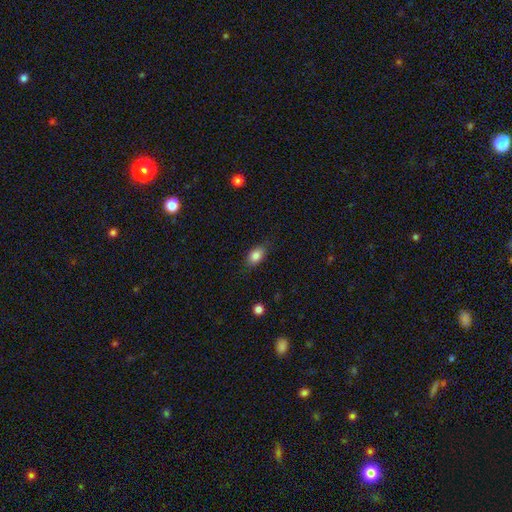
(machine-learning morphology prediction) Overall: smooth (83%). How rounded: in between (84%). Merging: none (81%).